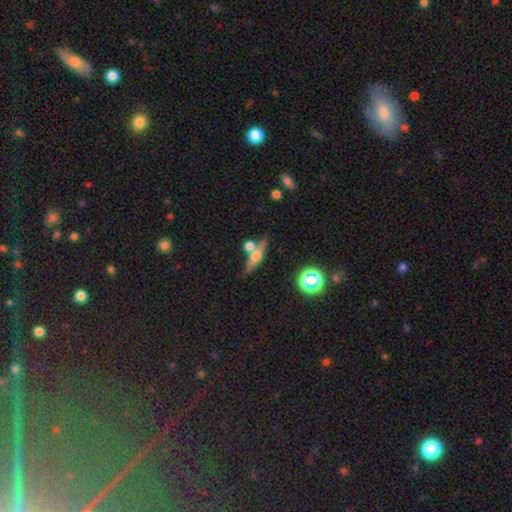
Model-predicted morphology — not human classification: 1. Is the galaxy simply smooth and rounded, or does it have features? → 57% featured or disk, 31% smooth, 12% star or artifact.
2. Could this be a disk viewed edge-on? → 92% yes, 8% no.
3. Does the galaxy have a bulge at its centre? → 88% rounded, 7% boxy, 4% none.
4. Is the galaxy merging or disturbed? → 63% none, 21% merger, 11% minor disturbance, 4% major disturbance.